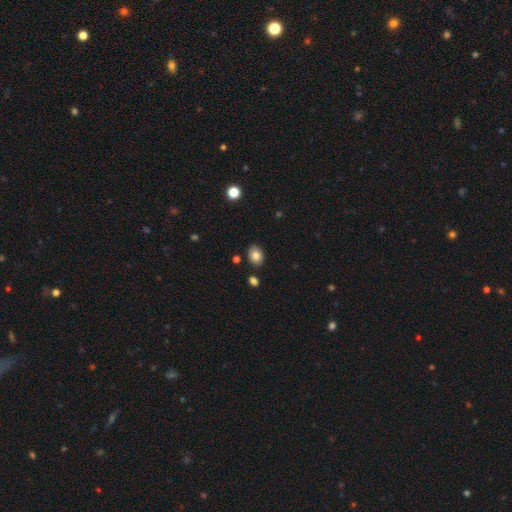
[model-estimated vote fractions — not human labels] This appears to be a smooth galaxy with no disk features (80%) that is in between round and cigar-shaped (67%). Merging: none (85%).